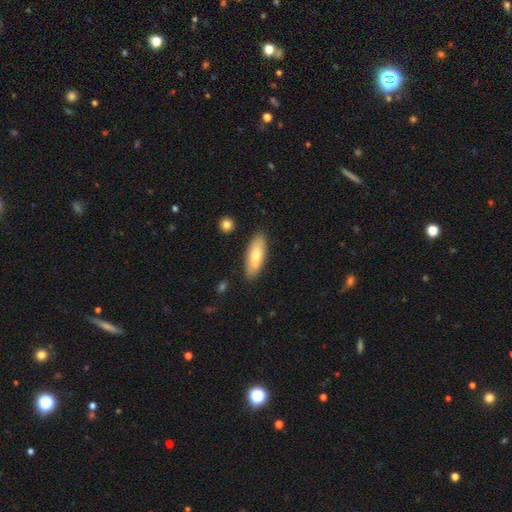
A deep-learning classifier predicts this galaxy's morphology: type=smooth (68%); roundness=in between (65%); merging=none (72%).